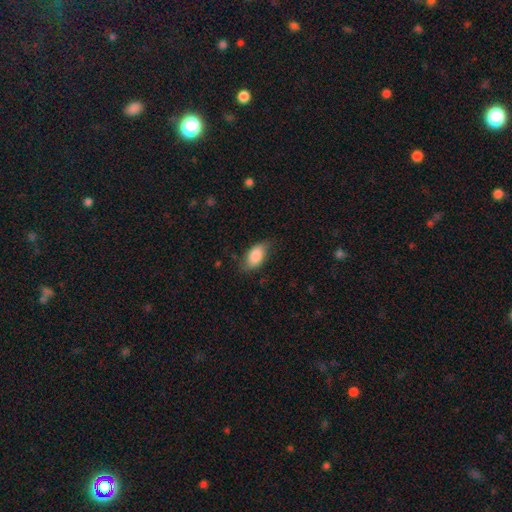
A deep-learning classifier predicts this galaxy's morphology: Smooth or featured? Predicted: smooth (p=0.81). How rounded? Predicted: in between (p=0.92). Merging? Predicted: none (p=0.68).